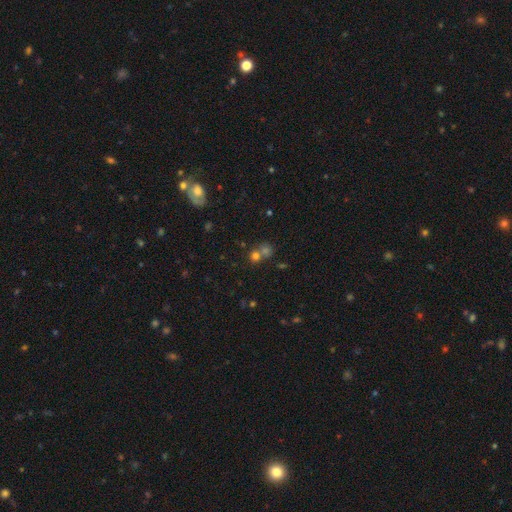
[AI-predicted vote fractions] This appears to be a smooth galaxy with no disk features (68%) that is round (85%). Merging: none (48%).